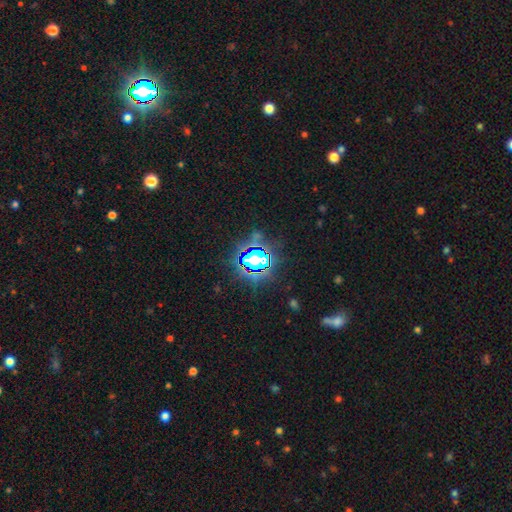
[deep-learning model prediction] A star or artifact, not a galaxy (81%).

Vote fractions:
- Smooth or featured? star or artifact: 81% / smooth: 11% / featured or disk: 8%